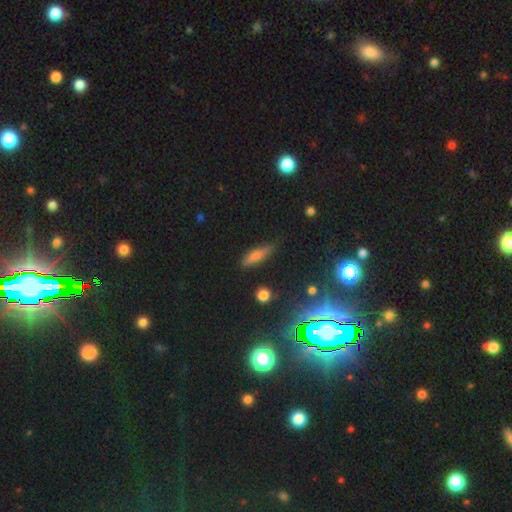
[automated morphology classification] smooth_or_featured: smooth (p=0.65) [alt: featured or disk p=0.22]
how_rounded: cigar-shaped (p=0.60) [alt: in between p=0.37]
merging: none (p=0.77) [alt: minor disturbance p=0.18]